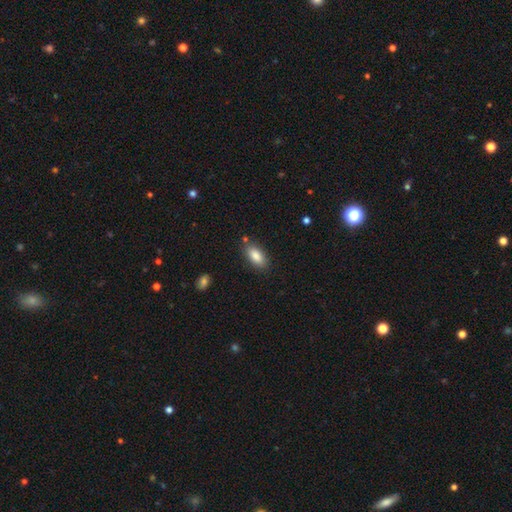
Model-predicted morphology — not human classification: smooth 86%, featured or disk 7%, star or artifact 7%. Down the decision tree: how rounded — in between (87%); merging — none (81%).